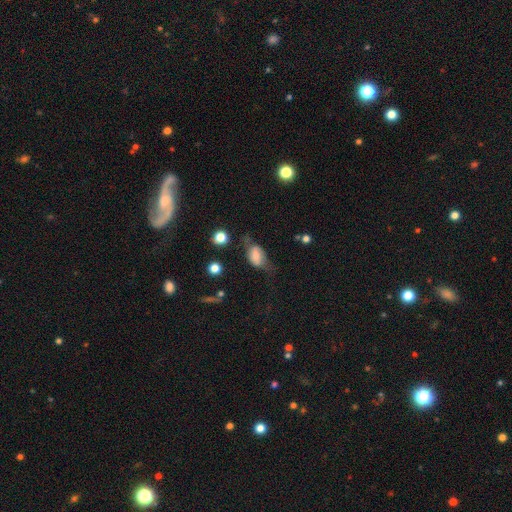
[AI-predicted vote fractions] Smooth or featured? smooth (57%)
How rounded? in between (85%)
Merging? none (37%)